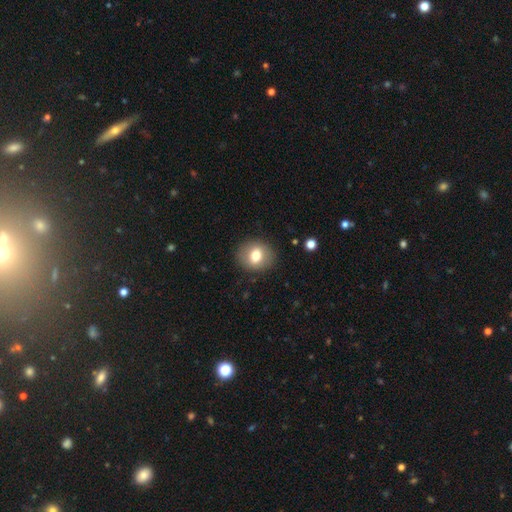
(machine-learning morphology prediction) smooth 75%, featured or disk 16%, star or artifact 9%. Down the decision tree: how rounded — round (68%); merging — none (88%).